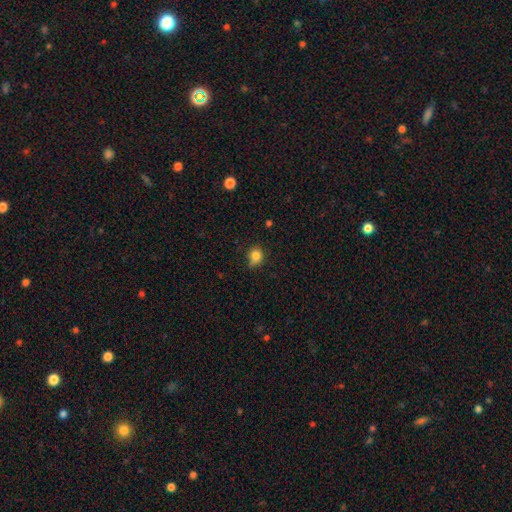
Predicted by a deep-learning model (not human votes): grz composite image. It shows a smooth galaxy with no disk features (82%) that is round (70%). Merging: none (65%).